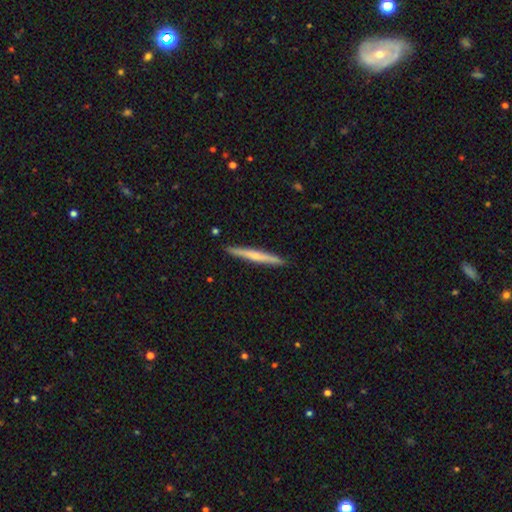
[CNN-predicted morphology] This appears to be a featured or disk galaxy (49%). Merging: none (91%).